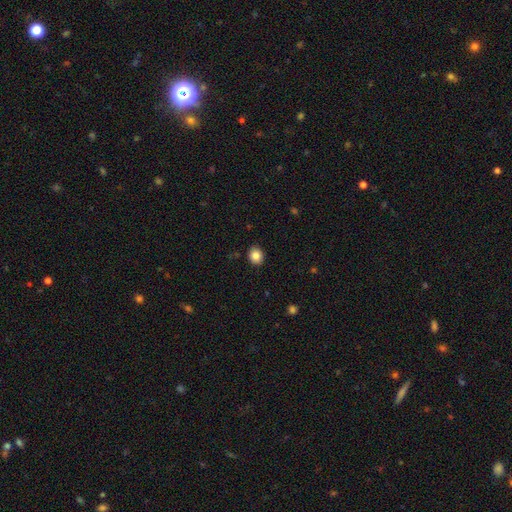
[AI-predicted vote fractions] smooth_or_featured: smooth (p=0.85) [alt: star or artifact p=0.09]
how_rounded: round (p=0.61) [alt: in between p=0.38]
merging: none (p=0.90) [alt: minor disturbance p=0.08]